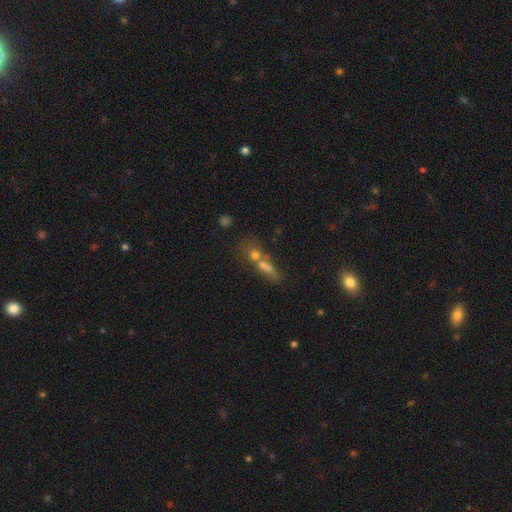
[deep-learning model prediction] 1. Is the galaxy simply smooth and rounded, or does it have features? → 49% smooth, 26% featured or disk, 25% star or artifact.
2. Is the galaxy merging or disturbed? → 45% merger, 37% none, 10% minor disturbance, 8% major disturbance.